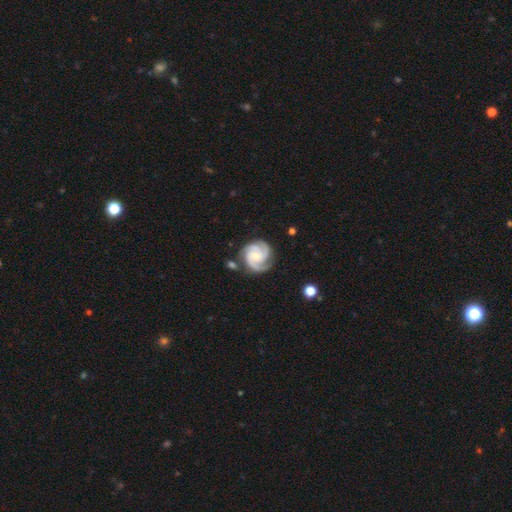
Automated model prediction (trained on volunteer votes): Smooth or featured?
  - featured or disk: 90% *
  - smooth: 6%
  - star or artifact: 4%
Edge-on disk?
  - no: 98% *
  - yes: 2%
Bar?
  - no: 68% *
  - weak: 26%
  - strong: 6%
Spiral arms?
  - yes: 98% *
  - no: 2%
Spiral winding?
  - tight: 60% *
  - medium: 35%
  - loose: 5%
Spiral arm count?
  - 3: 71% *
  - 2: 12%
  - 4: 7%
  - can't tell: 5%
  - 1: 3%
  - more than 4: 3%
Bulge size?
  - small: 56% *
  - moderate: 39%
  - none: 2%
  - large: 2%
  - dominant: 1%
Merging?
  - none: 75% *
  - minor disturbance: 17%
  - major disturbance: 5%
  - merger: 3%